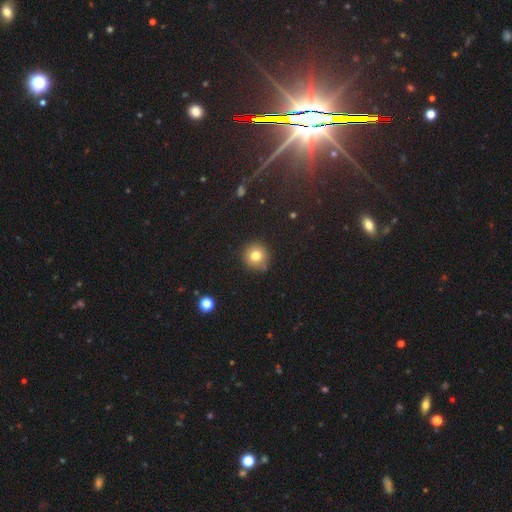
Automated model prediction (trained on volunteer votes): Morphology: type=smooth (78%); roundness=round (94%); merging=none (87%).